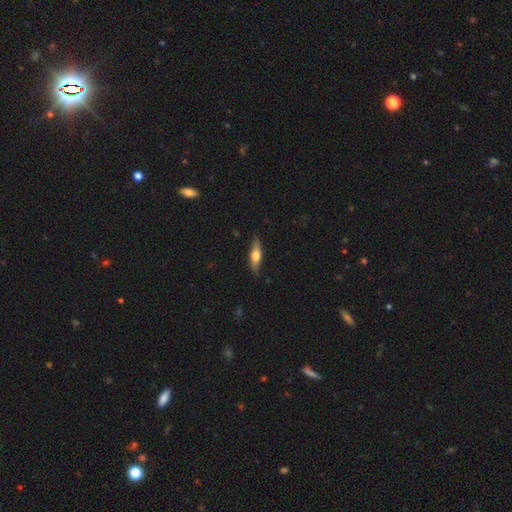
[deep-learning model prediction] Smooth or featured? Predicted: smooth (p=0.49). Merging? Predicted: none (p=0.83).